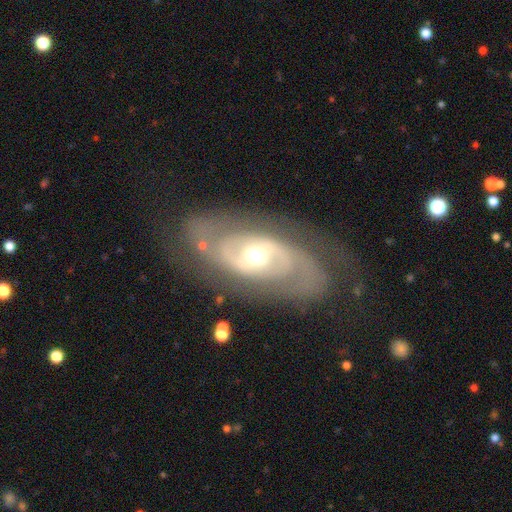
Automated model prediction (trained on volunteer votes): featured or disk 81%, smooth 14%, star or artifact 5%. Down the decision tree: edge-on disk — no (93%); bar — no (59%); spiral arms — yes (78%); spiral arm count — 2 (74%); spiral winding — tight (43%); bulge size — moderate (69%); merging — none (71%).